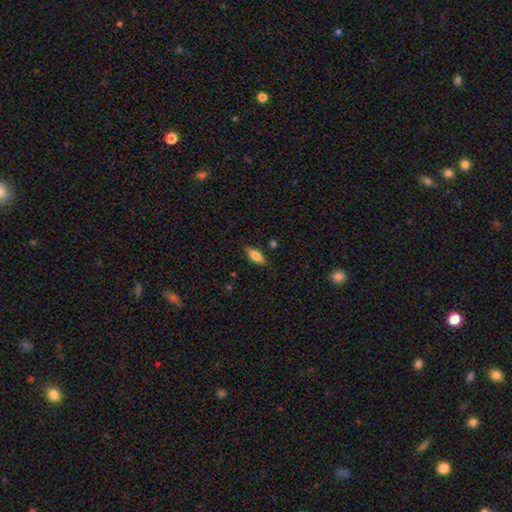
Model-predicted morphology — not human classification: Smooth or featured?
  - smooth: 73% *
  - featured or disk: 20%
  - star or artifact: 7%
How rounded?
  - in between: 79% *
  - cigar-shaped: 18%
  - round: 3%
Merging?
  - none: 82% *
  - minor disturbance: 13%
  - major disturbance: 3%
  - merger: 2%